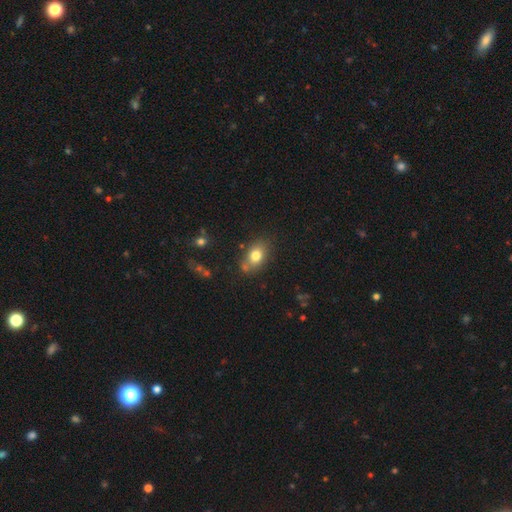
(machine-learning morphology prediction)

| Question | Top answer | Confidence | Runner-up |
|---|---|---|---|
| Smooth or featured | smooth | 78% | featured or disk (12%) |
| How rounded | in between | 76% | round (22%) |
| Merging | none | 70% | minor disturbance (17%) |